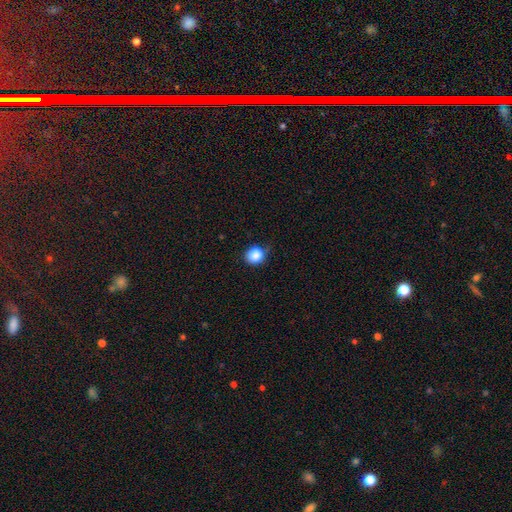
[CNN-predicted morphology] This appears to be a smooth galaxy with no disk features (85%) that is round (77%). Merging: none (63%).